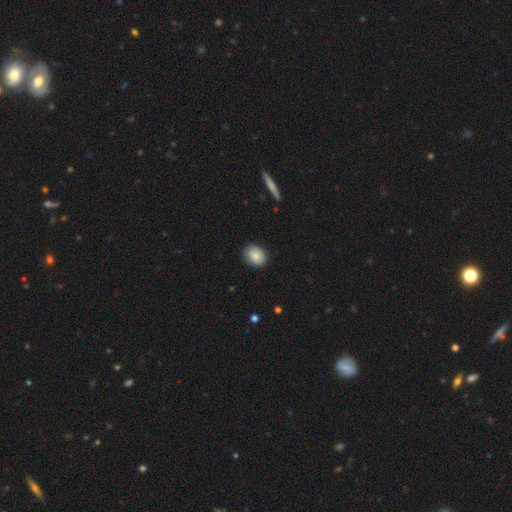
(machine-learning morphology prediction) smooth 87%, star or artifact 7%, featured or disk 6%. Down the decision tree: how rounded — in between (57%); merging — none (88%).